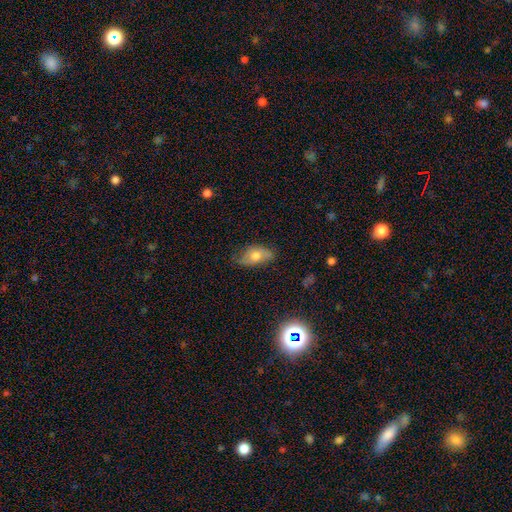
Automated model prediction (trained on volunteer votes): smooth-or-featured: smooth: 64% | featured or disk: 27% | star or artifact: 9%
  how-rounded: in between: 89% | round: 7% | cigar-shaped: 4%
  merging: none: 67% | minor disturbance: 26% | major disturbance: 6% | merger: 2%